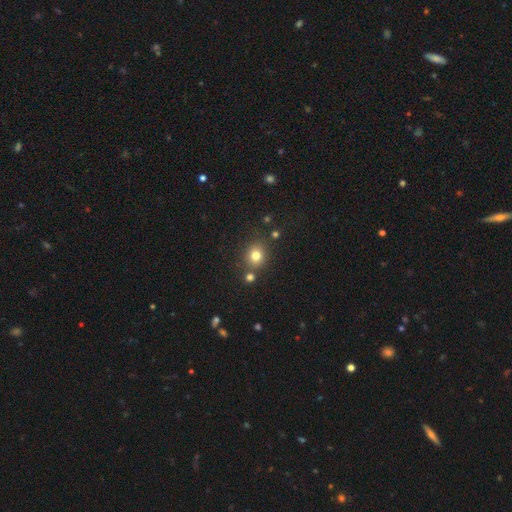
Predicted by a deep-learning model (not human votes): Morphology: type=smooth (77%); roundness=round (77%); merging=none (77%).